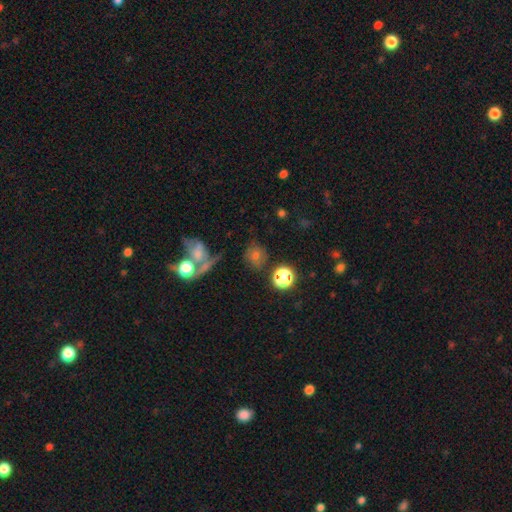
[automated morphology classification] smooth_or_featured: smooth (p=0.59) [alt: star or artifact p=0.25]
how_rounded: round (p=0.78) [alt: in between p=0.20]
merging: none (p=0.64) [alt: minor disturbance p=0.14]